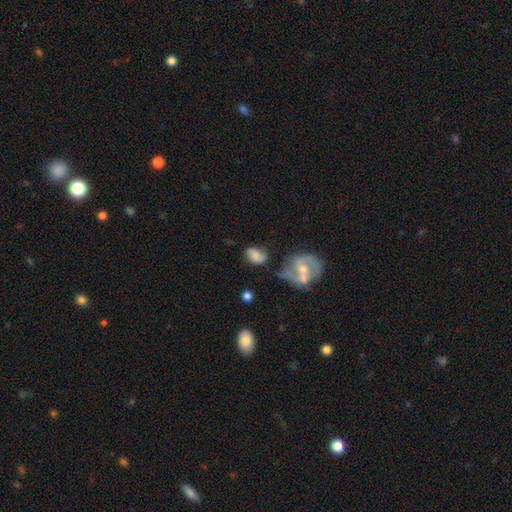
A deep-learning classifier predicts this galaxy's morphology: This appears to be a smooth galaxy with no disk features (56%) that is in between round and cigar-shaped (75%). Merging: none (48%).